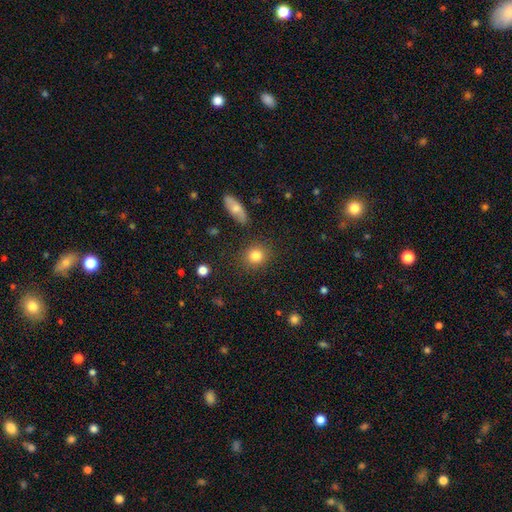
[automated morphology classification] This appears to be a smooth galaxy with no disk features (83%) that is round (83%). Merging: none (87%).